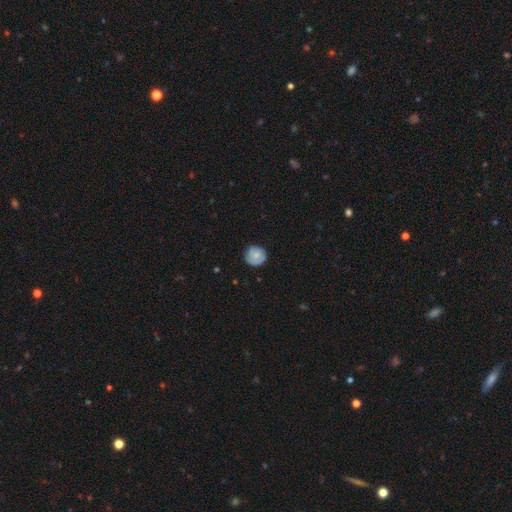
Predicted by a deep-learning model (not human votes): A smooth galaxy with no disk features (65%) that is round (90%). Merging: none (75%).